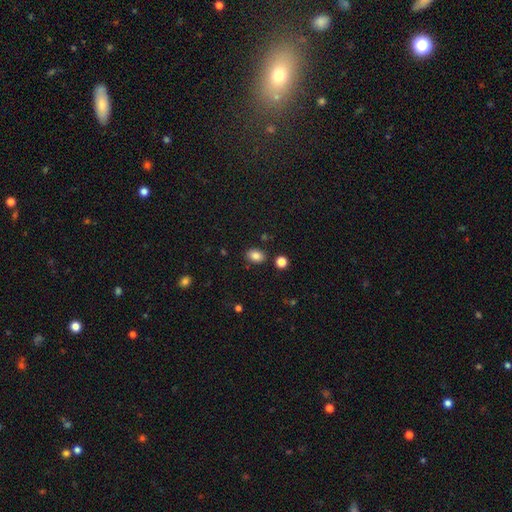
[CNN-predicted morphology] This is clearly a smooth galaxy (84%). How rounded: likely in between (77%). Merging: clearly none (84%).